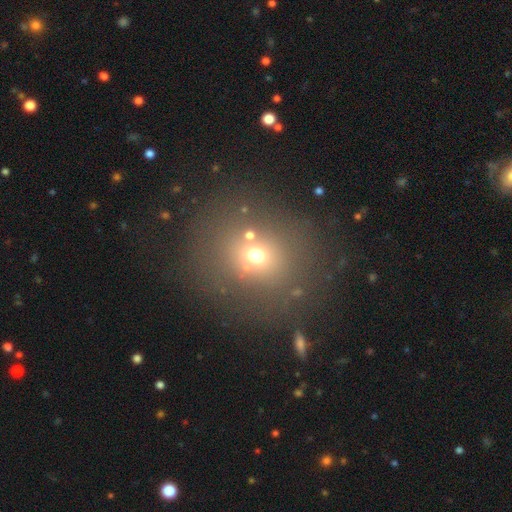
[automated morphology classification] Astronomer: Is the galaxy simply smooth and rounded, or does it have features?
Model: smooth — 65%.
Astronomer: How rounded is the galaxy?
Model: round — 71%.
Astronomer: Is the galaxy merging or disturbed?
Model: none — 74%.